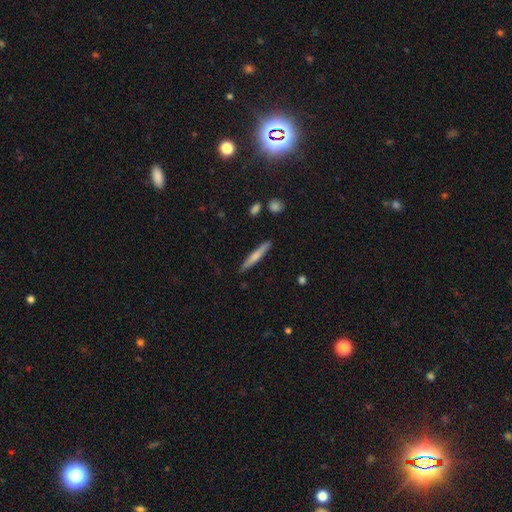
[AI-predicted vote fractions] smooth-or-featured: smooth: 59% | featured or disk: 35% | star or artifact: 6%
  how-rounded: cigar-shaped: 94% | in between: 5% | round: 2%
  merging: none: 88% | minor disturbance: 9% | major disturbance: 2% | merger: 2%